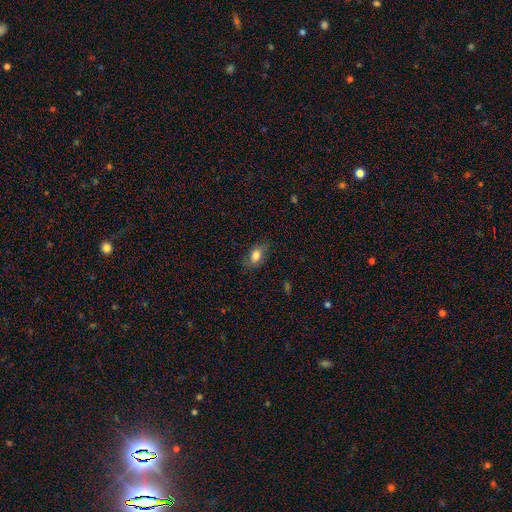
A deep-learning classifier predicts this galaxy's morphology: This appears to be a smooth galaxy with no disk features (79%) that is in between round and cigar-shaped (85%). Merging: none (74%).